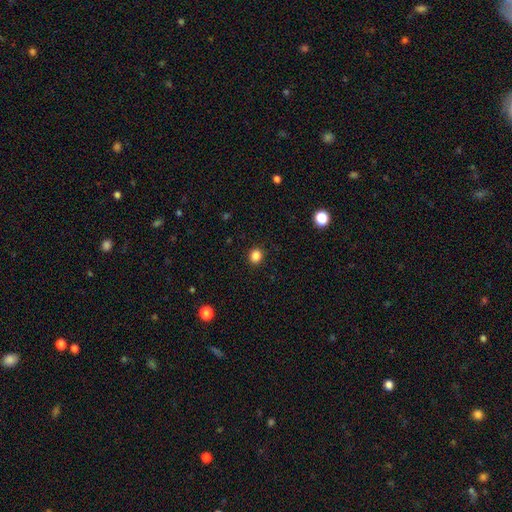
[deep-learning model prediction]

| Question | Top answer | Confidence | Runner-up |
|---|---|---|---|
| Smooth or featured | smooth | 85% | star or artifact (11%) |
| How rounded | round | 71% | in between (28%) |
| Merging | none | 91% | minor disturbance (6%) |